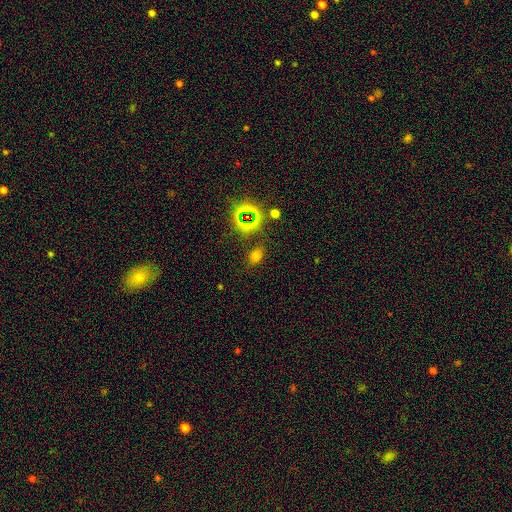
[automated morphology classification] A smooth galaxy with no disk features (61%) that is in between round and cigar-shaped (71%). Merging: none (80%).